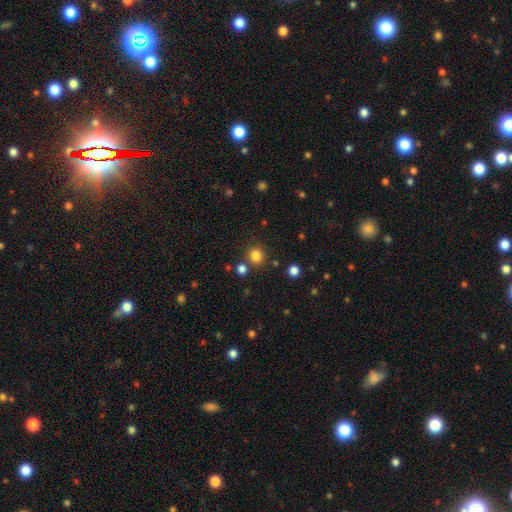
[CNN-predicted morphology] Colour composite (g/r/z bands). It shows a smooth galaxy with no disk features (82%) that is round (92%). Merging: none (81%).